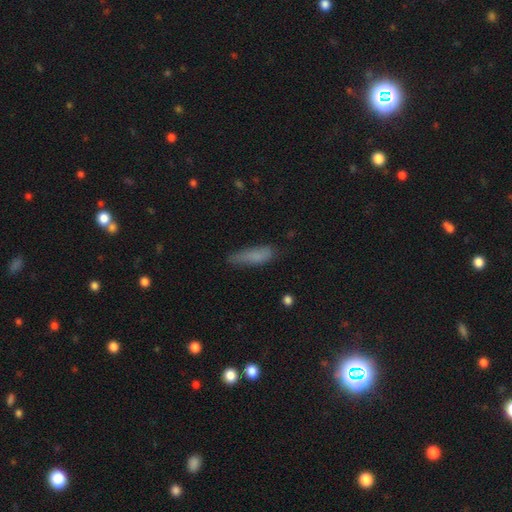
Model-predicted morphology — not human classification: This appears to be a smooth galaxy with no disk features (79%) that is cigar-shaped (58%). Merging: none (61%).